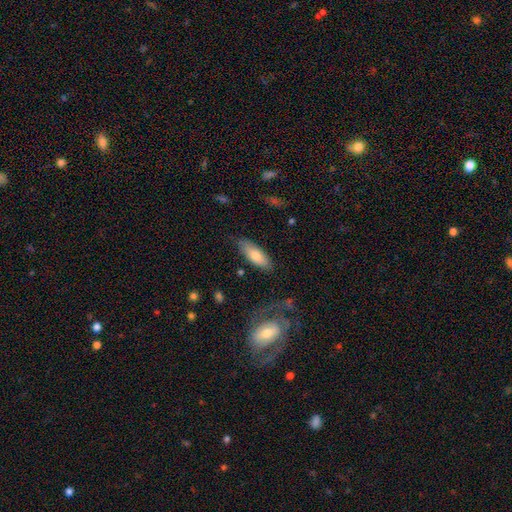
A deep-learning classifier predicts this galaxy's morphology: This is likely a smooth galaxy (73%). How rounded: likely in between (66%). Merging: likely none (76%).